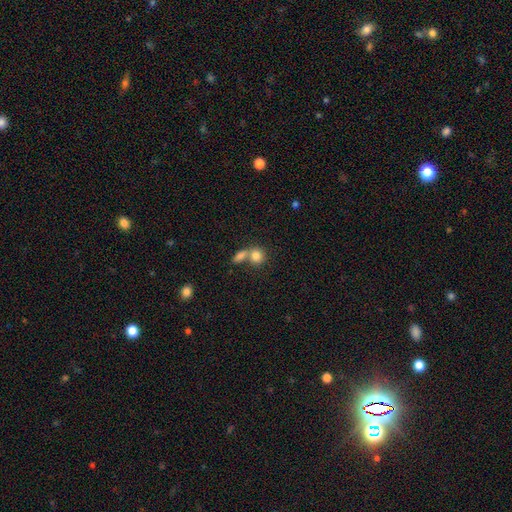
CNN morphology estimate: A smooth galaxy with no disk features (81%) that is round (74%). Merging: merger (51%).